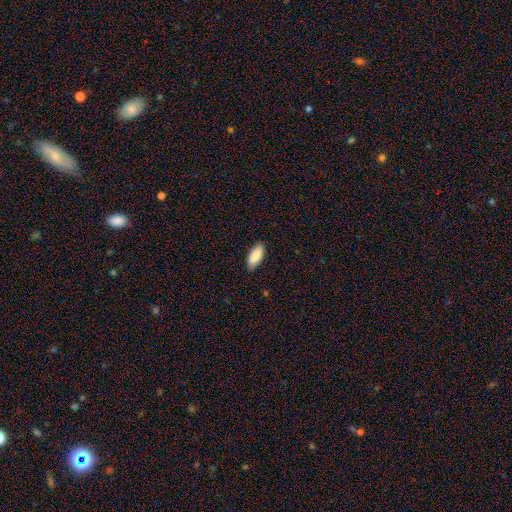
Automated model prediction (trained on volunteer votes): This is clearly a smooth galaxy (82%). How rounded: clearly in between (88%). Merging: clearly none (87%).